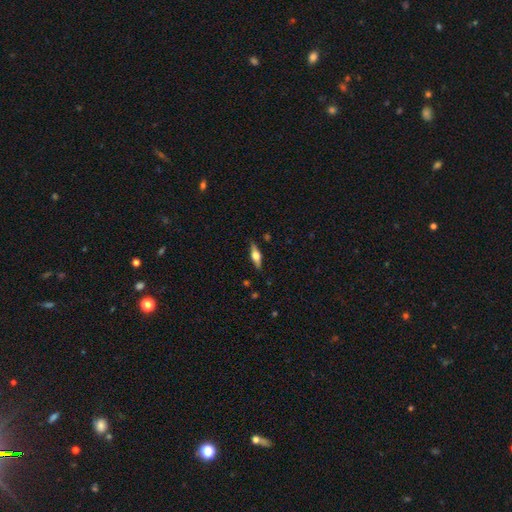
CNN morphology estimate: The model was most divided on "smooth or featured": featured or disk: 59%, smooth: 34%, star or artifact: 7%. More confident: edge-on disk — yes (95%); edge-on bulge — rounded (91%); merging — none (87%).